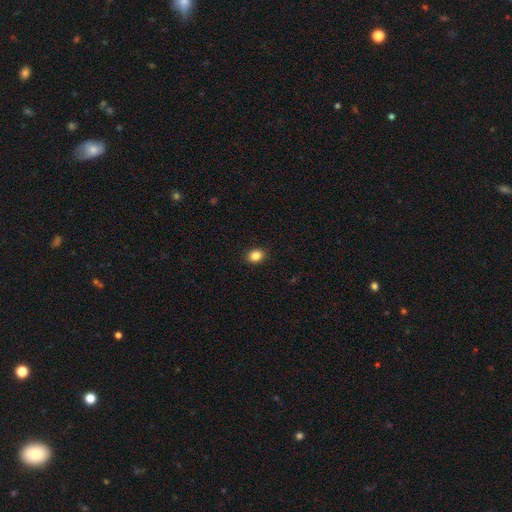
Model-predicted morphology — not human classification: This is clearly a smooth galaxy (86%). How rounded: possibly in between (50%). Merging: clearly none (91%).